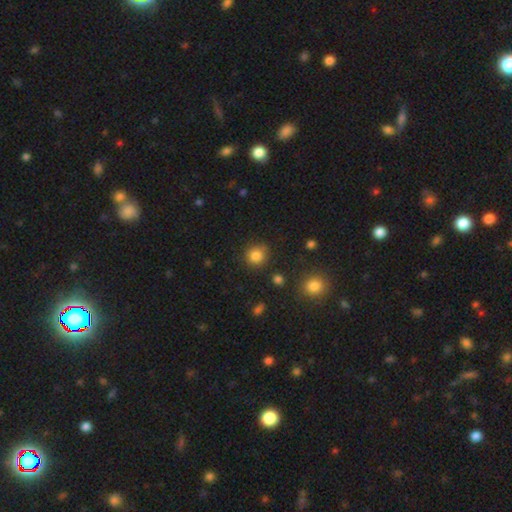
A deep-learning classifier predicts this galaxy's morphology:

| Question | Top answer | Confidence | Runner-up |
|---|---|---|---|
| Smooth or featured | smooth | 83% | star or artifact (12%) |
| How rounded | round | 91% | in between (8%) |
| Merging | none | 83% | minor disturbance (11%) |